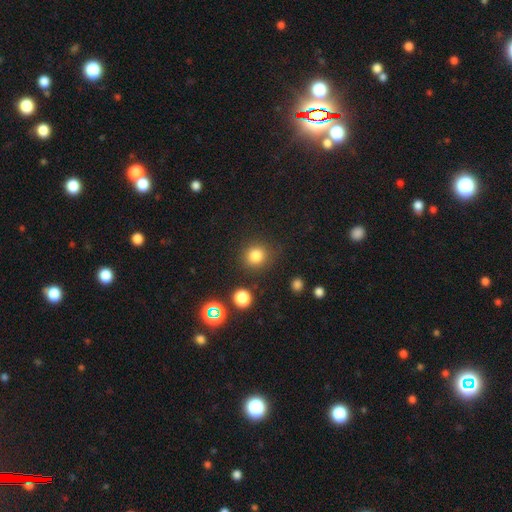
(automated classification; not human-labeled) Smooth or featured? smooth (81%)
How rounded? round (88%)
Merging? none (84%)